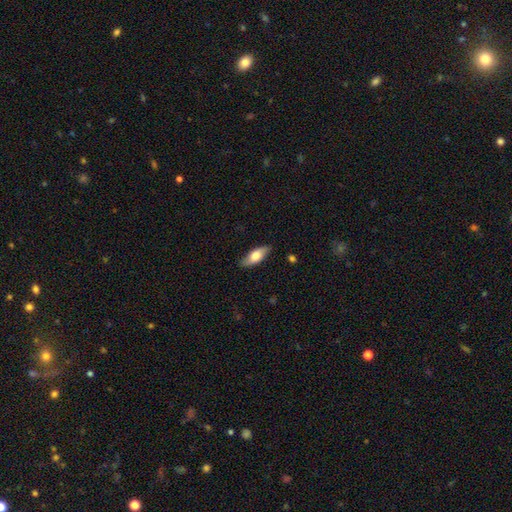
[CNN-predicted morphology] Smooth or featured?
  - smooth: 66% *
  - featured or disk: 28%
  - star or artifact: 6%
How rounded?
  - in between: 75% *
  - cigar-shaped: 23%
  - round: 3%
Merging?
  - none: 84% *
  - minor disturbance: 12%
  - major disturbance: 2%
  - merger: 1%